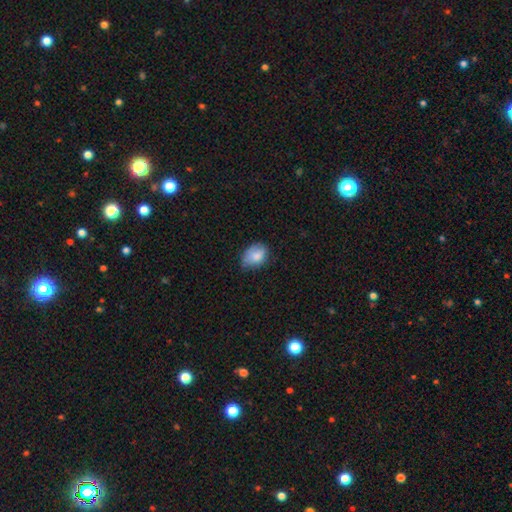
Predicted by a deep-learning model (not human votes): smooth-or-featured: smooth: 83% | featured or disk: 9% | star or artifact: 7%
  how-rounded: in between: 82% | round: 17% | cigar-shaped: 1%
  merging: none: 62% | minor disturbance: 31% | major disturbance: 6% | merger: 1%